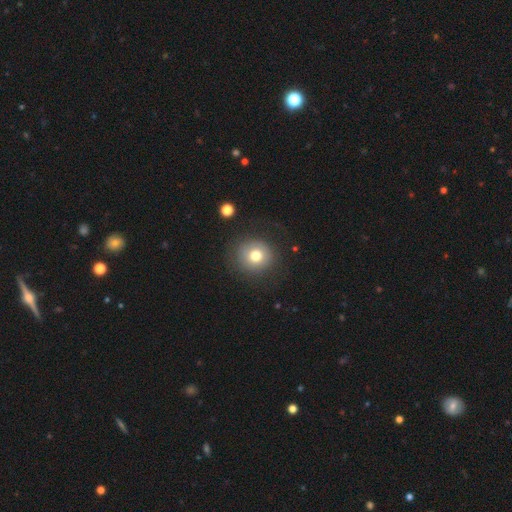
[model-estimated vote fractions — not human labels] Morphology: type=smooth (72%); roundness=round (88%); merging=none (79%).